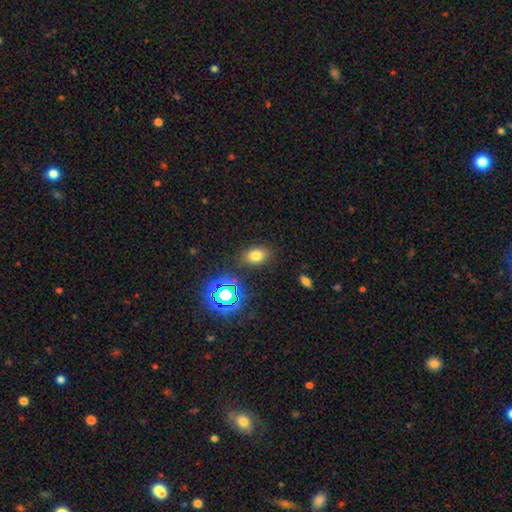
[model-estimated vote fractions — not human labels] Overall: smooth (71%). How rounded: in between (78%). Merging: none (83%).